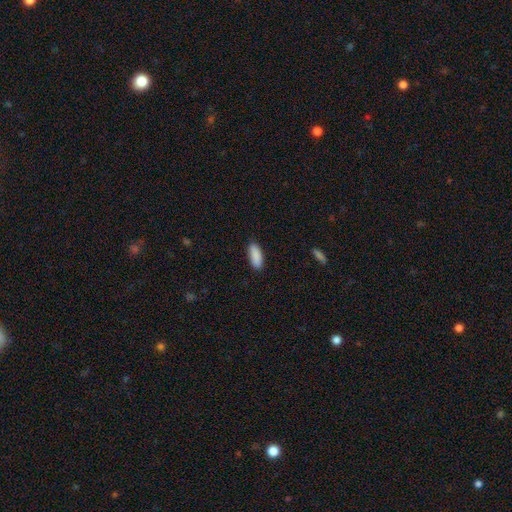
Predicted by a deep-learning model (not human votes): The model was most divided on "how rounded": in between: 77%, cigar-shaped: 21%, round: 2%. More confident: smooth or featured — smooth (90%); merging — none (89%).